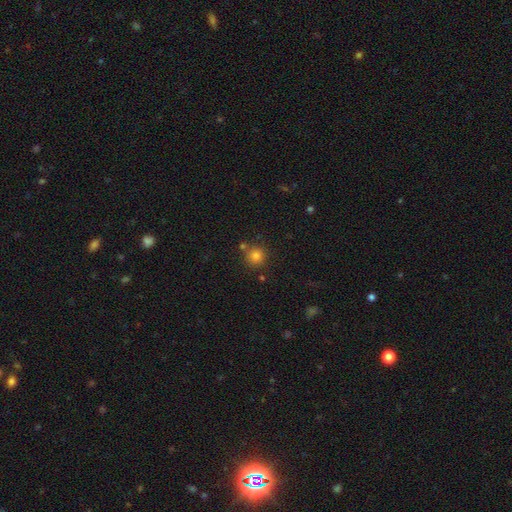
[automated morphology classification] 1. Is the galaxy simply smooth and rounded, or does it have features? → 81% smooth, 13% star or artifact, 5% featured or disk.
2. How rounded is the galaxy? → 93% round, 6% in between, 1% cigar-shaped.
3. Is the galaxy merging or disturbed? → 77% none, 11% merger, 9% minor disturbance, 3% major disturbance.